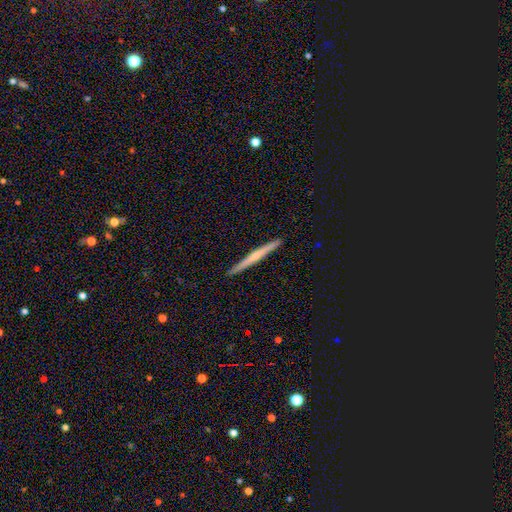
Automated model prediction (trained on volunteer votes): This is possibly a featured or disk galaxy (52%). It is clearly viewed edge-on (98%). Edge-on bulge: possibly none (58%). Merging: clearly none (92%).